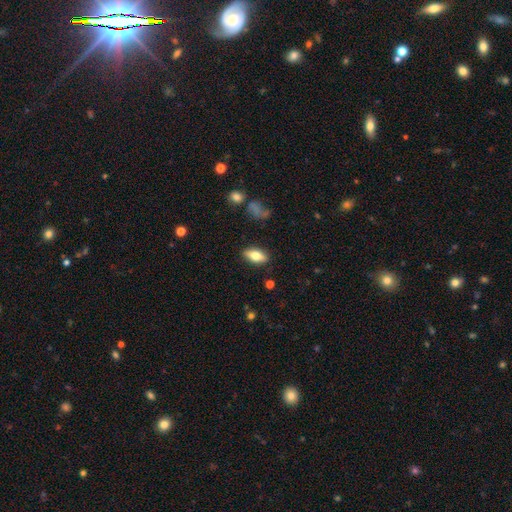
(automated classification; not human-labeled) A smooth galaxy with no disk features (69%) that is in between round and cigar-shaped (83%).

Vote fractions:
- Smooth or featured? smooth: 69% / featured or disk: 23% / star or artifact: 7%
- How rounded? in between: 83% / cigar-shaped: 13% / round: 4%
- Merging? none: 86% / minor disturbance: 10% / major disturbance: 2% / merger: 2%